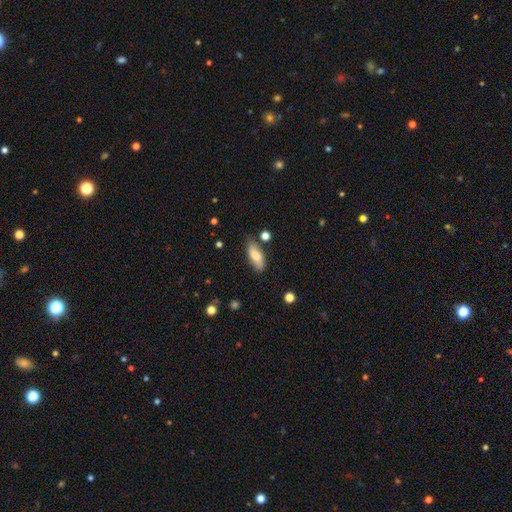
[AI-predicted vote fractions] This is likely a smooth galaxy (75%). How rounded: likely in between (73%). Merging: likely none (76%).